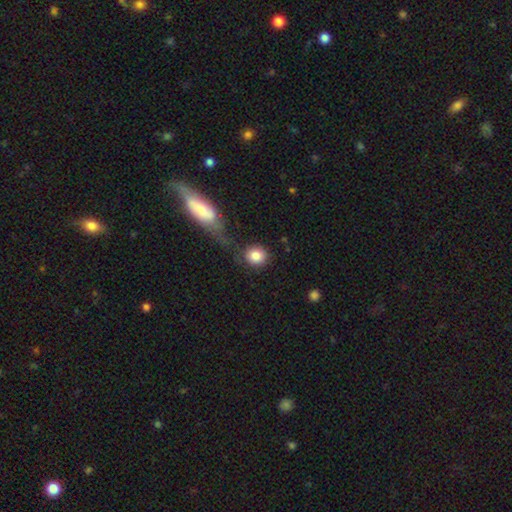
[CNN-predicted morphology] This is clearly a smooth galaxy (85%). How rounded: clearly round (81%). Merging: likely none (65%).